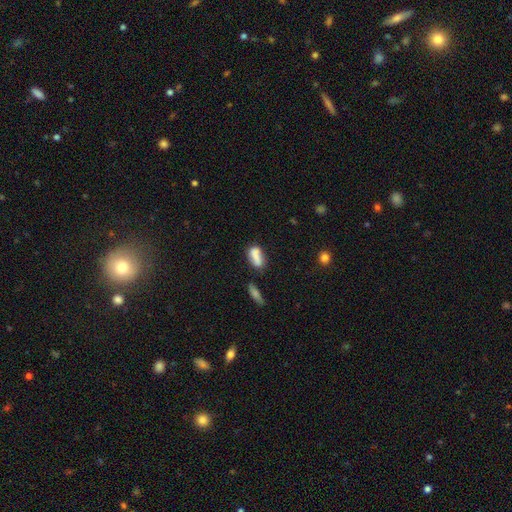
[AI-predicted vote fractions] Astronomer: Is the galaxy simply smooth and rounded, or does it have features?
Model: smooth — 74%.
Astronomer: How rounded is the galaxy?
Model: in between — 69%.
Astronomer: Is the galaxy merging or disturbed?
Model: none — 49%.